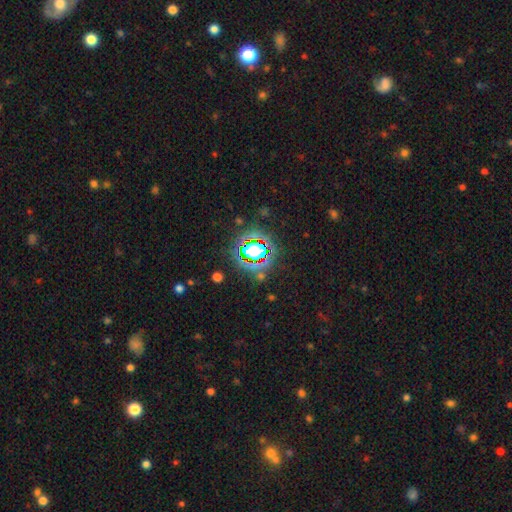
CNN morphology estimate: Smooth or featured: star or artifact — 61% (smooth — 26%)